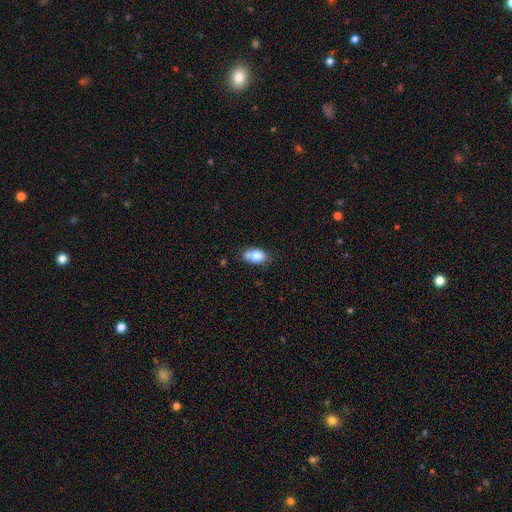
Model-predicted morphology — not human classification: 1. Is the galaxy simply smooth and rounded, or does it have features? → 80% smooth, 11% featured or disk, 8% star or artifact.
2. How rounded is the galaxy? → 82% in between, 15% round, 2% cigar-shaped.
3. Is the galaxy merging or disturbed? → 59% none, 20% minor disturbance, 17% merger, 5% major disturbance.